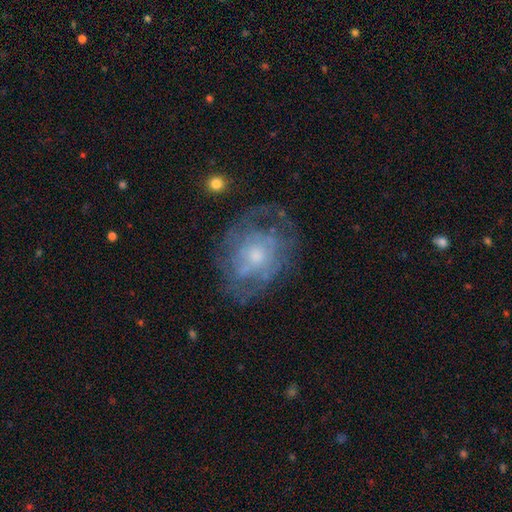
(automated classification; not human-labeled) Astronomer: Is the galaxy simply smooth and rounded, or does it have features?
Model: featured or disk — 69%.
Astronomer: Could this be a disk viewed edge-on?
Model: no — 97%.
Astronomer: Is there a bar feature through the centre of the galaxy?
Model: no — 82%.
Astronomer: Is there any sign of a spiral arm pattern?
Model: yes — 57% (runner-up: no, 43%).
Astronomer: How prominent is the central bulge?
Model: small — 46% (runner-up: moderate, 43%).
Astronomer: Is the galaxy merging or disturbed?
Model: none — 59%.